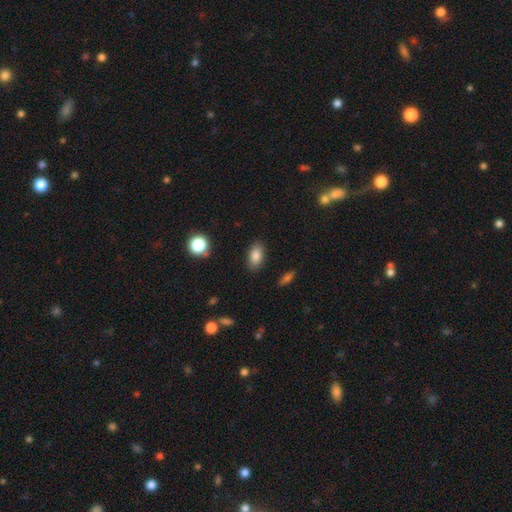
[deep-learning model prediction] Smooth or featured? Predicted: smooth (p=0.84). How rounded? Predicted: in between (p=0.89). Merging? Predicted: none (p=0.86).